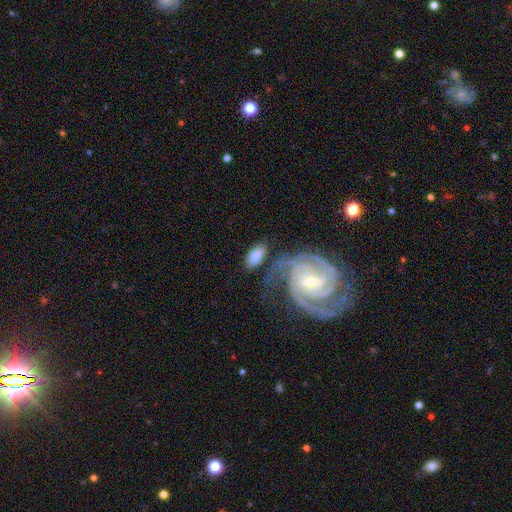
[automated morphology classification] This appears to be a smooth galaxy with no disk features (58%) that is in between round and cigar-shaped (90%). Merging: none (50%).